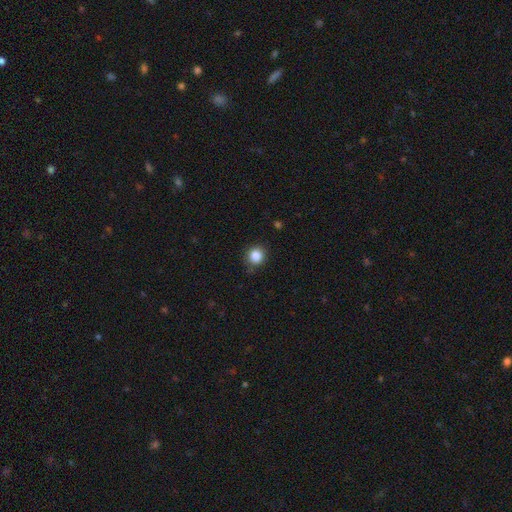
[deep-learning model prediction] The model was most divided on "merging": none: 85%, minor disturbance: 11%, major disturbance: 3%, merger: 1%. More confident: how rounded — round (91%); smooth or featured — smooth (85%).